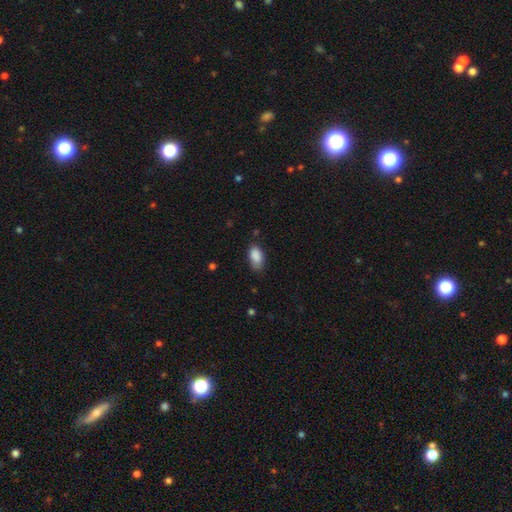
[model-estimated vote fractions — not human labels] smooth-or-featured: smooth: 88% | star or artifact: 8% | featured or disk: 4%
  how-rounded: in between: 92% | round: 5% | cigar-shaped: 3%
  merging: none: 66% | minor disturbance: 27% | major disturbance: 5% | merger: 2%